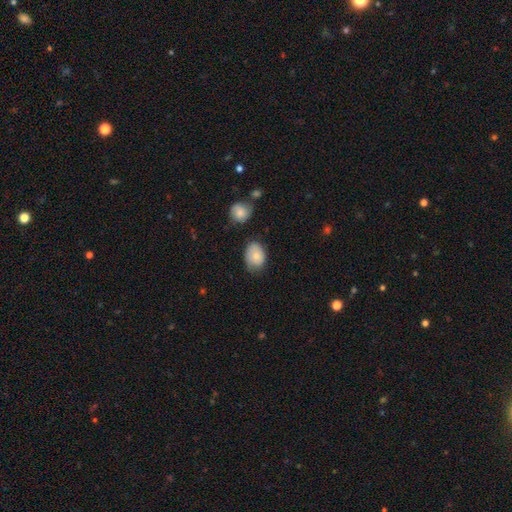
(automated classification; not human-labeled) smooth_or_featured: smooth (p=0.78) [alt: featured or disk p=0.15]
how_rounded: in between (p=0.70) [alt: round p=0.29]
merging: none (p=0.61) [alt: minor disturbance p=0.29]